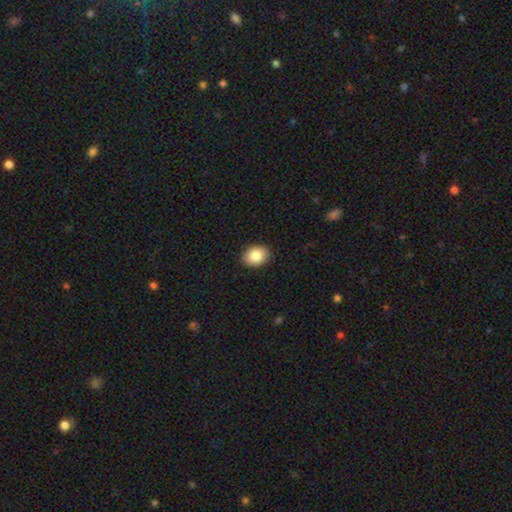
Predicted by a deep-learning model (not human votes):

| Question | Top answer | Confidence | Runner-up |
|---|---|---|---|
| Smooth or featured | smooth | 86% | star or artifact (8%) |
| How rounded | in between | 60% | round (39%) |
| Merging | none | 90% | minor disturbance (7%) |